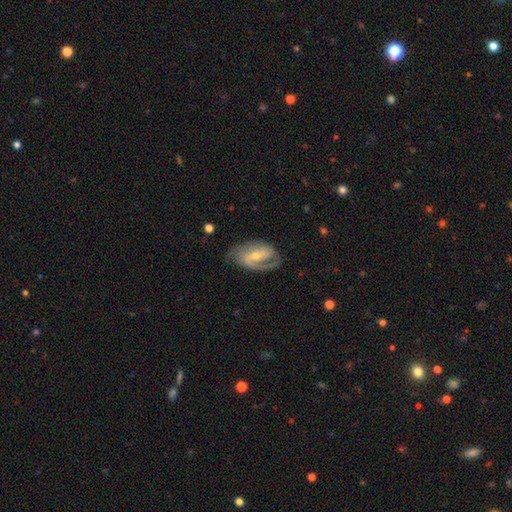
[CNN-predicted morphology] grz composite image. It shows a featured or disk galaxy (82%) with a weak bar (42%), 2 (73%) medium (46%) spiral arms (93%) and a small central bulge (53%). Merging: none (68%).